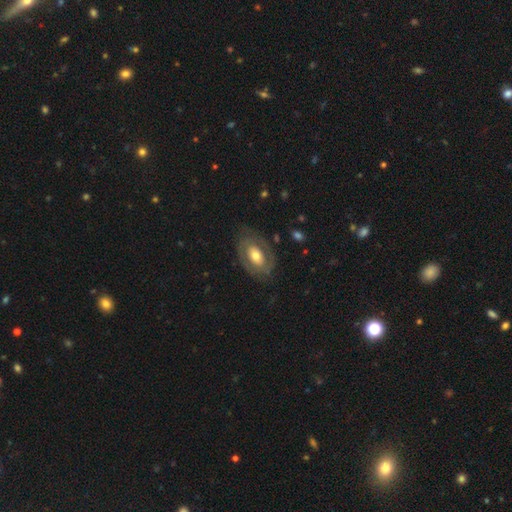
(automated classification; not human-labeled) Smooth or featured? featured or disk (57%)
Edge-on disk? no (94%)
Bar? no (66%)
Spiral arms? no (56%)
Bulge size? moderate (60%)
Merging? none (74%)